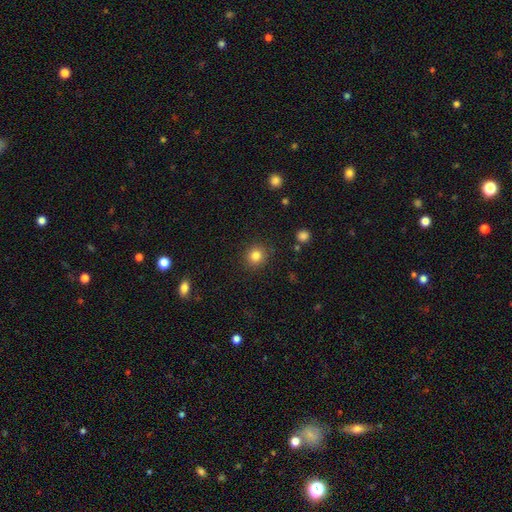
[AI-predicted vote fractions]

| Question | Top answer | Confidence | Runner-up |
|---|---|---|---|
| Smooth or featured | smooth | 82% | star or artifact (12%) |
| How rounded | round | 90% | in between (9%) |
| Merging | none | 89% | minor disturbance (7%) |